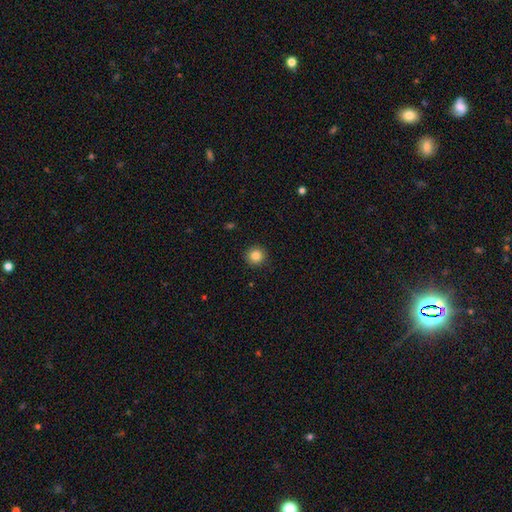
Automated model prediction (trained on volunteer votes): A smooth galaxy with no disk features (85%) that is round (94%). Merging: none (91%).